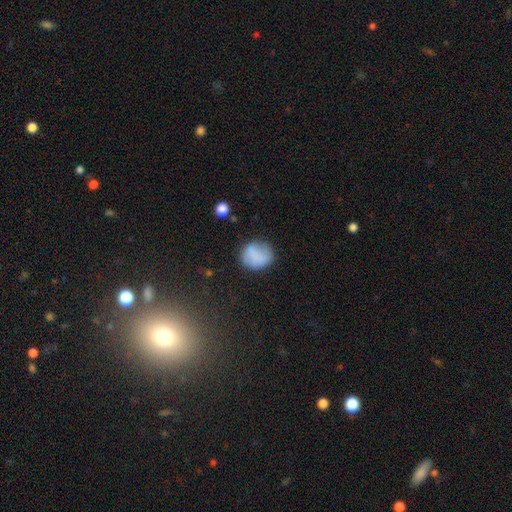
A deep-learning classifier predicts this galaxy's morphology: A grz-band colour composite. It shows a smooth galaxy with no disk features (76%) that is round (78%). Merging: none (68%).